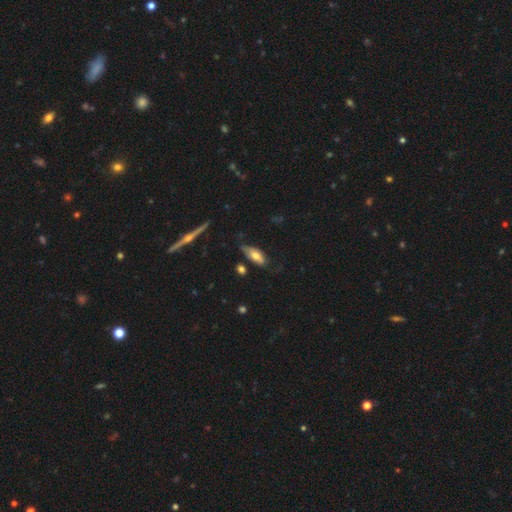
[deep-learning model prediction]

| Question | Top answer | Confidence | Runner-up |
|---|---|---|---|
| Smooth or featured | smooth | 64% | featured or disk (29%) |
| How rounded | in between | 78% | cigar-shaped (19%) |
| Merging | none | 51% | minor disturbance (33%) |